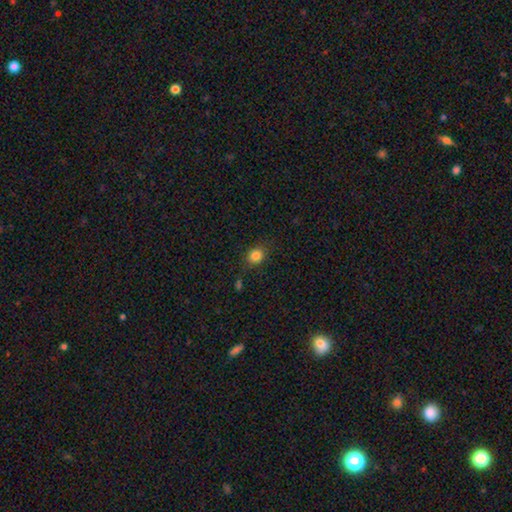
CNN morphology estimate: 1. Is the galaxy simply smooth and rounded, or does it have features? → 83% smooth, 12% star or artifact, 5% featured or disk.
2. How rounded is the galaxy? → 68% round, 31% in between, 1% cigar-shaped.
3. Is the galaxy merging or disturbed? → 80% none, 13% minor disturbance, 4% major disturbance, 2% merger.